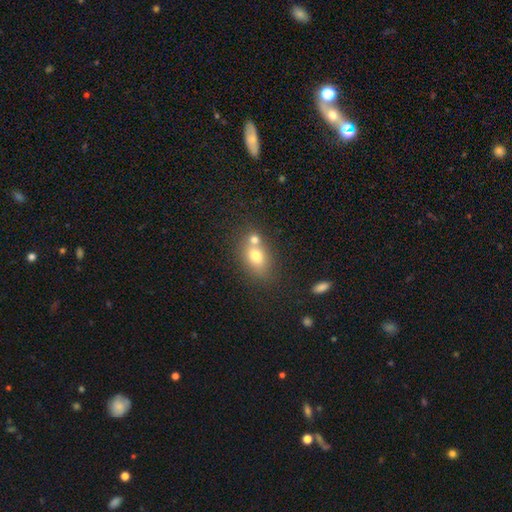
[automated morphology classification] A smooth galaxy with no disk features (72%) that is in between round and cigar-shaped (67%).

Vote fractions:
- Smooth or featured? smooth: 72% / featured or disk: 17% / star or artifact: 11%
- How rounded? in between: 67% / round: 30% / cigar-shaped: 2%
- Merging? merger: 44% / none: 42% / minor disturbance: 10% / major disturbance: 4%